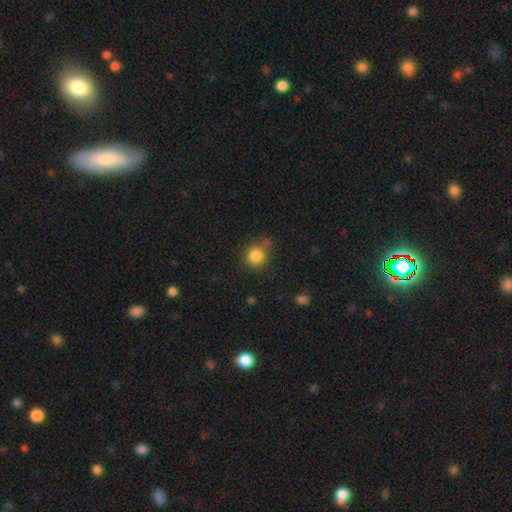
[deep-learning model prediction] A smooth galaxy with no disk features (84%) that is round (89%).

Vote fractions:
- Smooth or featured? smooth: 84% / star or artifact: 11% / featured or disk: 5%
- How rounded? round: 89% / in between: 10% / cigar-shaped: 1%
- Merging? none: 67% / minor disturbance: 18% / merger: 10% / major disturbance: 6%